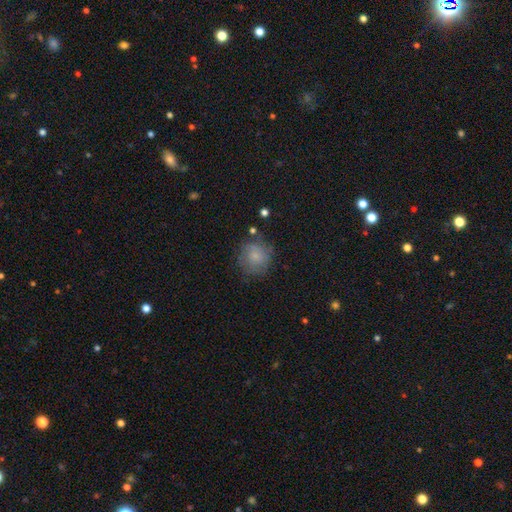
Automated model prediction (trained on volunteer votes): smooth 72%, featured or disk 18%, star or artifact 9%. Down the decision tree: how rounded — round (85%); merging — none (68%).